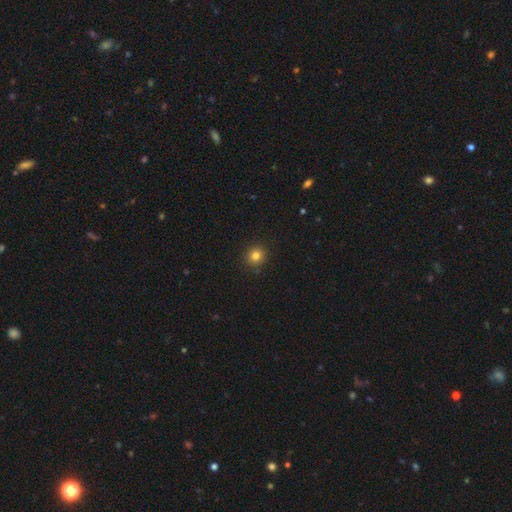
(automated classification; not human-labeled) This appears to be a smooth galaxy with no disk features (82%) that is round (92%). Merging: none (91%).